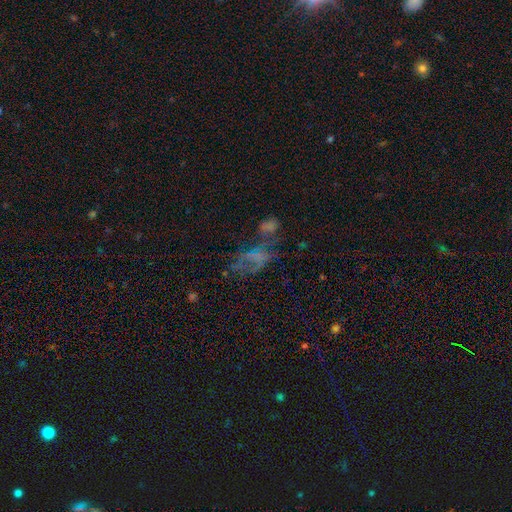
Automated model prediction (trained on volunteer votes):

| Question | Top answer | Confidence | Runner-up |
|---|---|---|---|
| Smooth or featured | featured or disk | 44% | star or artifact (29%) |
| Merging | major disturbance | 33% | none (27%) |